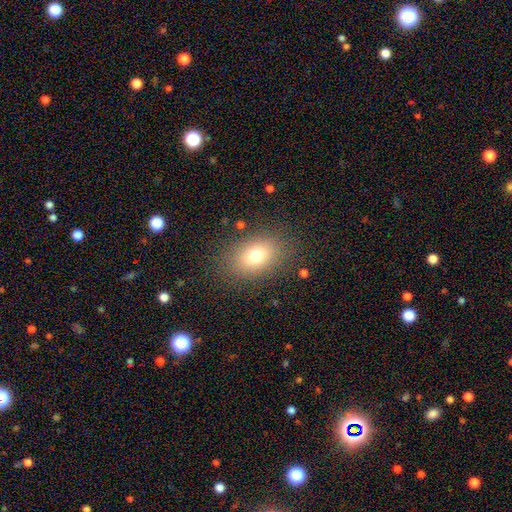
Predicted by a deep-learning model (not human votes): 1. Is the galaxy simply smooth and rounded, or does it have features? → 73% smooth, 14% featured or disk, 13% star or artifact.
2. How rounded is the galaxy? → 70% in between, 29% round, 1% cigar-shaped.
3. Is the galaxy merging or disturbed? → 83% none, 10% minor disturbance, 6% major disturbance, 1% merger.